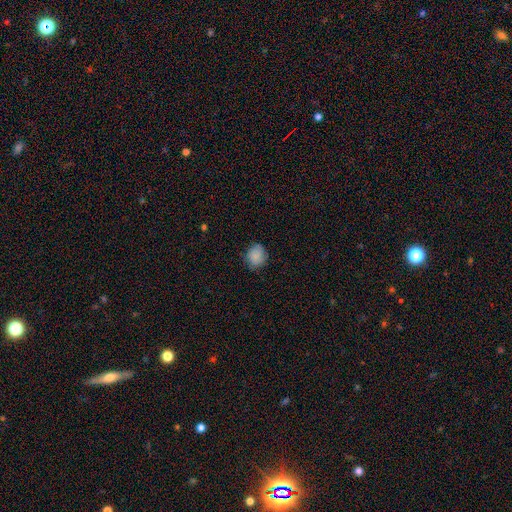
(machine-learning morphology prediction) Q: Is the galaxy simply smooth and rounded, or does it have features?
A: smooth — 83%.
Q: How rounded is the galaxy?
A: round — 74%.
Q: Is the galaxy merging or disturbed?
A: none — 75%.